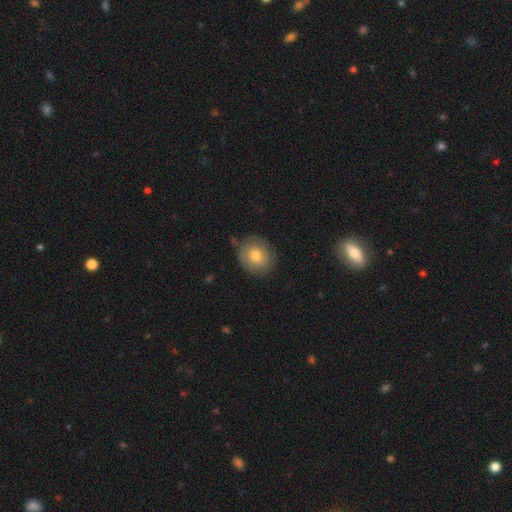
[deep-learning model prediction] Smooth or featured: smooth — 74% (featured or disk — 18%)
How rounded: round — 76% (in between — 23%)
Merging: none — 78% (minor disturbance — 16%)